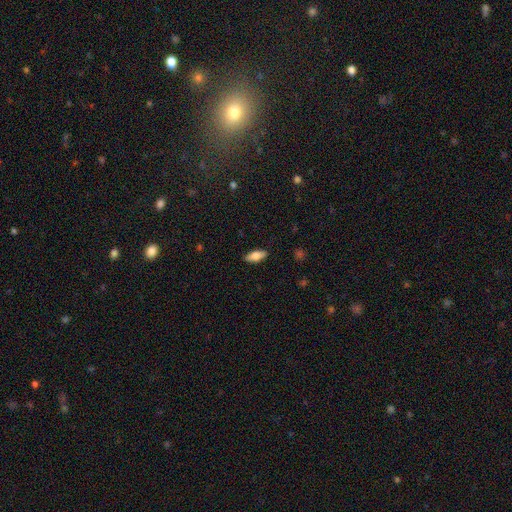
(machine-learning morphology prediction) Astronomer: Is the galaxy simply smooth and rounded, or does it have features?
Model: smooth — 73%.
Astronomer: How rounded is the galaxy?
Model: in between — 77%.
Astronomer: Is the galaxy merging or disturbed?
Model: none — 88%.